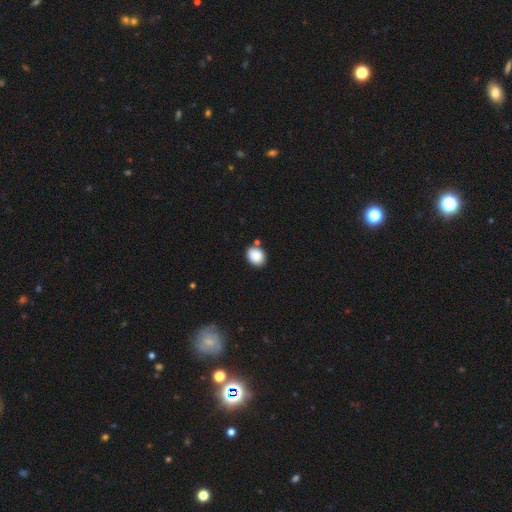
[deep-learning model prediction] smooth-or-featured: smooth: 88% | star or artifact: 8% | featured or disk: 4%
  how-rounded: round: 50% | in between: 49% | cigar-shaped: 1%
  merging: none: 78% | minor disturbance: 12% | merger: 8% | major disturbance: 3%